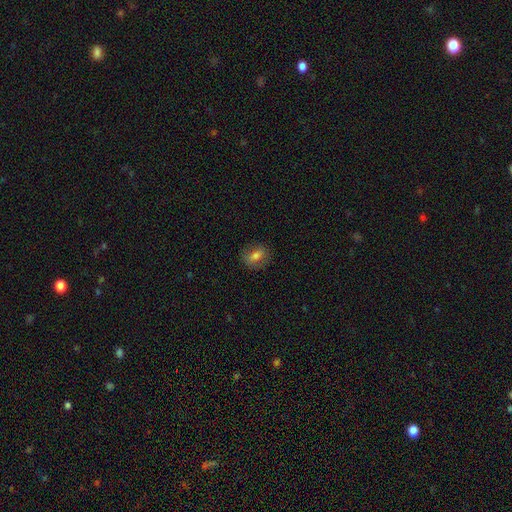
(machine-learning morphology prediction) A smooth galaxy with no disk features (71%) that is in between round and cigar-shaped (61%). Merging: none (80%).